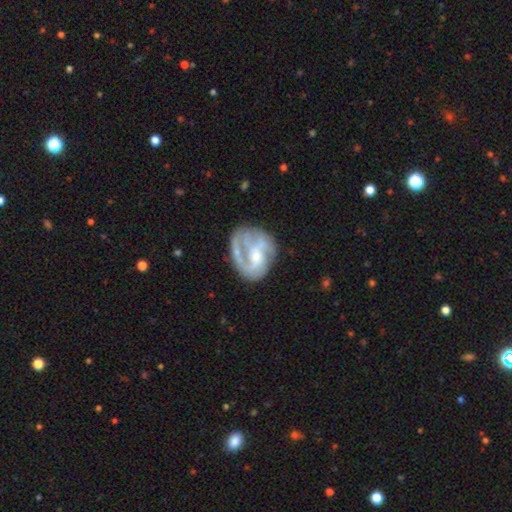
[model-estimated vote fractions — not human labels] The model was most divided on "bulge size": small: 43%, moderate: 42%, none: 9%, large: 5%, dominant: 1%. Remaining: edge-on disk — no (98%); spiral arms — yes (86%); smooth or featured — featured or disk (79%); merging — none (54%); bar — no (44%); spiral winding — medium (44%); spiral arm count — 2 (38%).